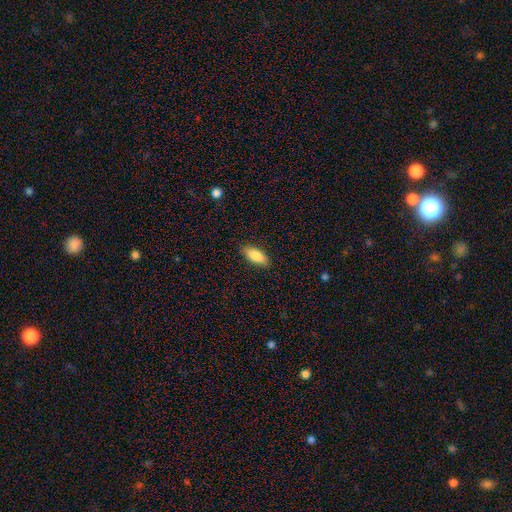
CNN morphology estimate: Overall: smooth (86%). How rounded: in between (82%). Merging: none (87%).